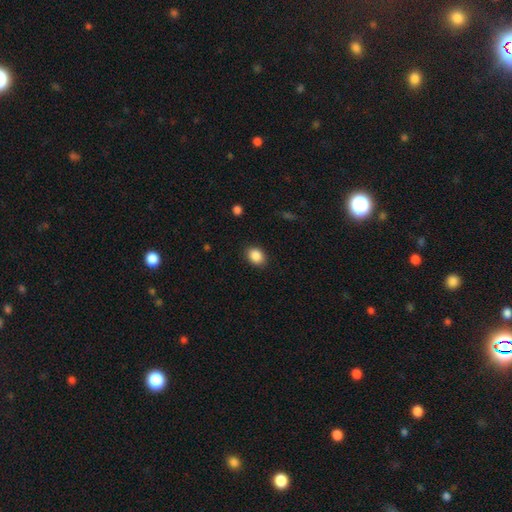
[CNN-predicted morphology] smooth_or_featured: smooth (p=0.88) [alt: star or artifact p=0.08]
how_rounded: in between (p=0.62) [alt: round p=0.37]
merging: none (p=0.87) [alt: minor disturbance p=0.10]